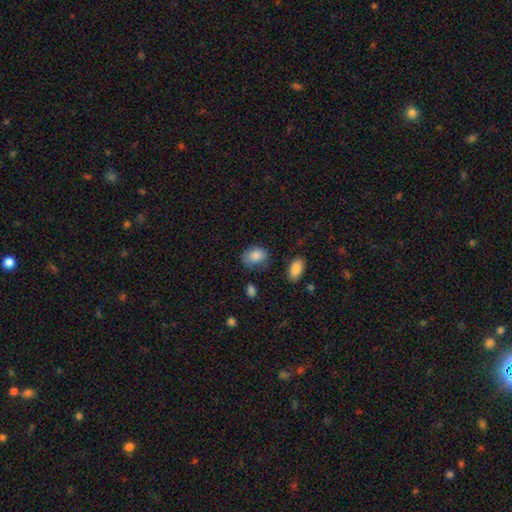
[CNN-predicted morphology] Q: Smooth or featured?
A: smooth (86%); runner-up: star or artifact (8%)
Q: How rounded?
A: in between (71%); runner-up: round (28%)
Q: Merging?
A: none (59%); runner-up: minor disturbance (29%)